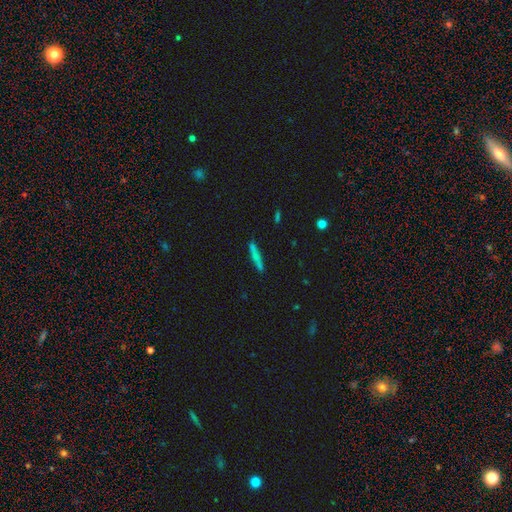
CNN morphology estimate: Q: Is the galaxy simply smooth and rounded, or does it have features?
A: smooth — 73%.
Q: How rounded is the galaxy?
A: cigar-shaped — 94%.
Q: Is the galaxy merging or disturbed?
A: none — 84%.